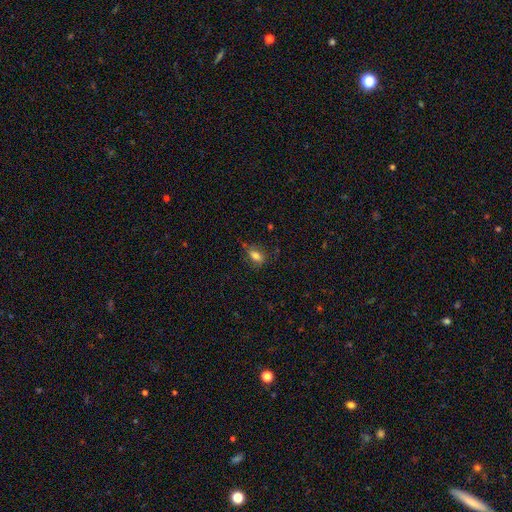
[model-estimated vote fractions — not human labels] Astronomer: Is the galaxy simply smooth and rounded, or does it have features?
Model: smooth — 77%.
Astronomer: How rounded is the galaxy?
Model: in between — 81%.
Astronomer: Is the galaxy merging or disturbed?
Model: none — 64%.